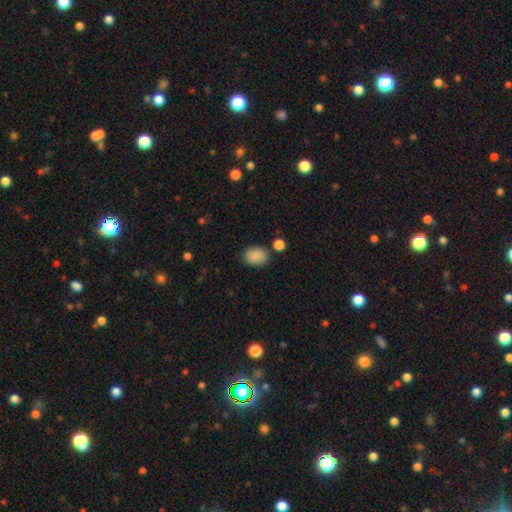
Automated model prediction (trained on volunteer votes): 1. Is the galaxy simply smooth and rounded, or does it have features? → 87% smooth, 8% star or artifact, 5% featured or disk.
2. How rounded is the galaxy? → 57% in between, 42% round, 1% cigar-shaped.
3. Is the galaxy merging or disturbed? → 79% none, 13% minor disturbance, 5% merger, 3% major disturbance.